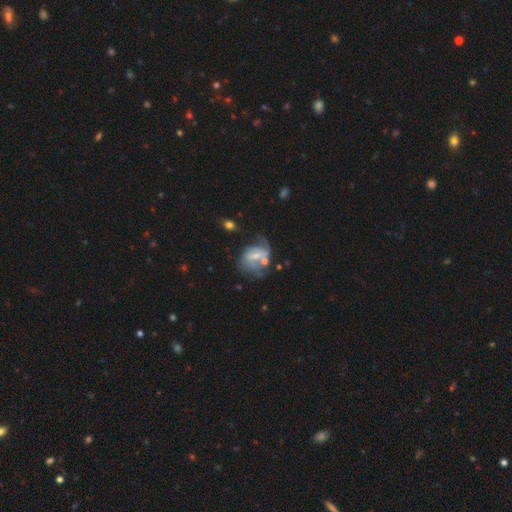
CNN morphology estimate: featured or disk 71%, smooth 21%, star or artifact 8%. Down the decision tree: edge-on disk — no (97%); bar — weak (46%); spiral arms — yes (77%); spiral arm count — 2 (55%); spiral winding — loose (40%, tied with medium); bulge size — small (54%); merging — none (35%).